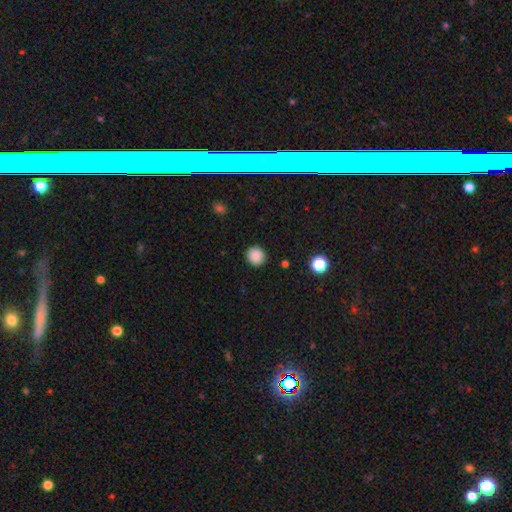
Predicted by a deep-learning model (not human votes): smooth 88%, star or artifact 10%, featured or disk 3%. Down the decision tree: how rounded — round (92%); merging — none (91%).